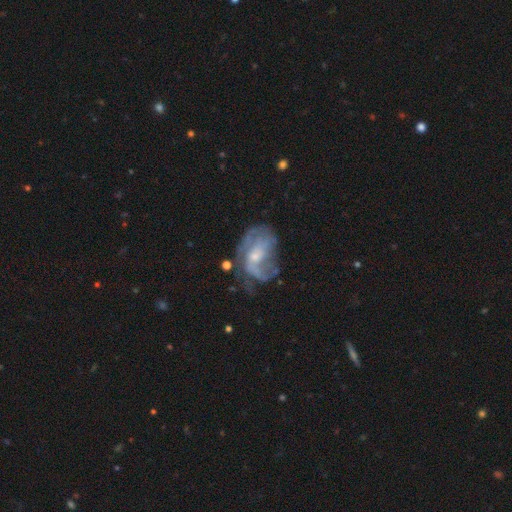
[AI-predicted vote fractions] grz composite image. It shows a featured or disk galaxy (73%) with no bar (57%), 2 (36%) medium (41%) spiral arms (73%) and a small central bulge (58%). Merging: none (42%).